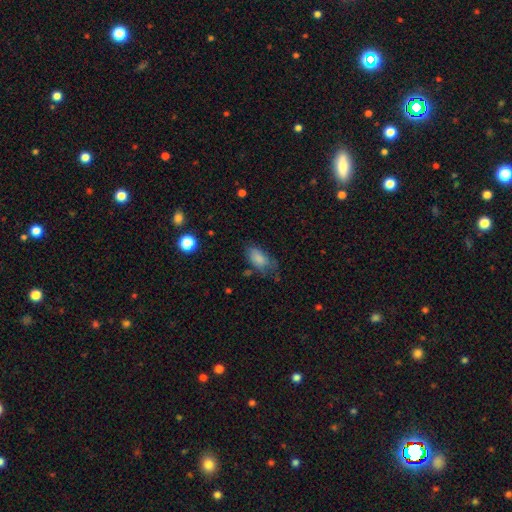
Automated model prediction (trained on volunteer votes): smooth_or_featured: smooth (p=0.75) [alt: featured or disk p=0.13]
how_rounded: in between (p=0.88) [alt: cigar-shaped p=0.06]
merging: none (p=0.56) [alt: minor disturbance p=0.29]